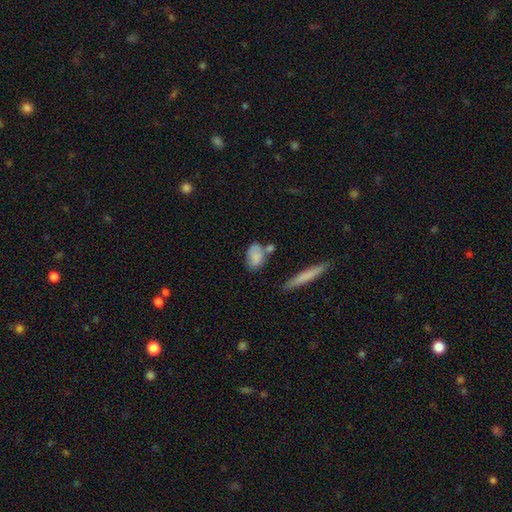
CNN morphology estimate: The model was most divided on "merging": none: 45%, minor disturbance: 24%, merger: 21%, major disturbance: 10%. More confident: how rounded — in between (83%); smooth or featured — smooth (76%).